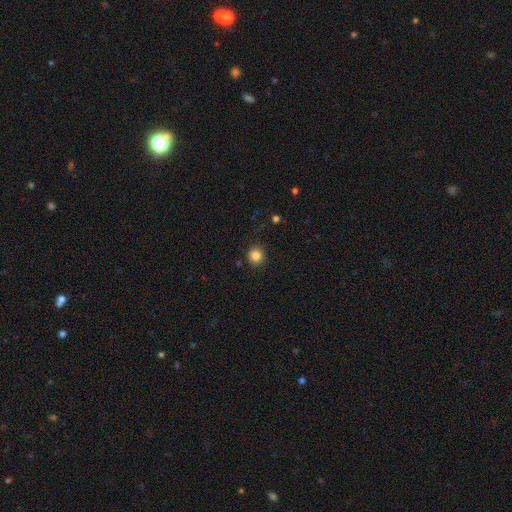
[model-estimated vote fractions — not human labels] Smooth or featured? smooth (84%)
How rounded? round (93%)
Merging? none (90%)